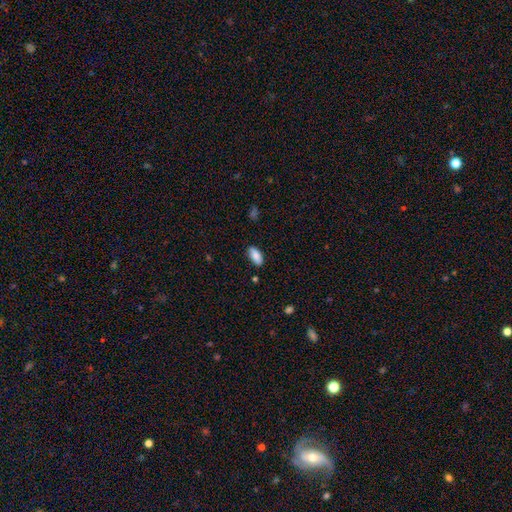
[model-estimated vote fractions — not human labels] A smooth galaxy with no disk features (87%) that is in between round and cigar-shaped (89%).

Vote fractions:
- Smooth or featured? smooth: 87% / star or artifact: 7% / featured or disk: 6%
- How rounded? in between: 89% / cigar-shaped: 9% / round: 2%
- Merging? none: 84% / minor disturbance: 12% / major disturbance: 2% / merger: 2%